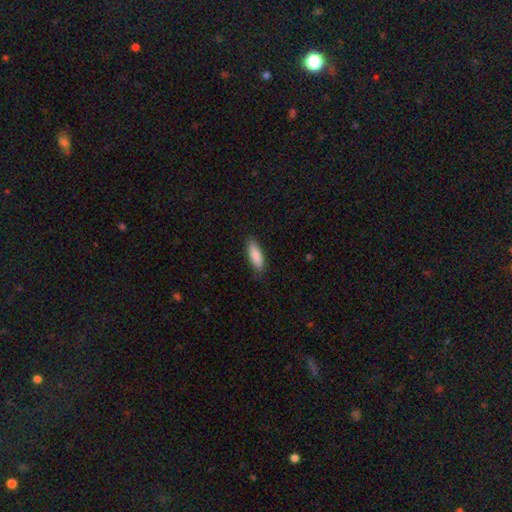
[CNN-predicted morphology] Smooth or featured?
  - smooth: 88% *
  - featured or disk: 7%
  - star or artifact: 6%
How rounded?
  - in between: 60% *
  - cigar-shaped: 39%
  - round: 2%
Merging?
  - none: 84% *
  - minor disturbance: 13%
  - major disturbance: 2%
  - merger: 1%